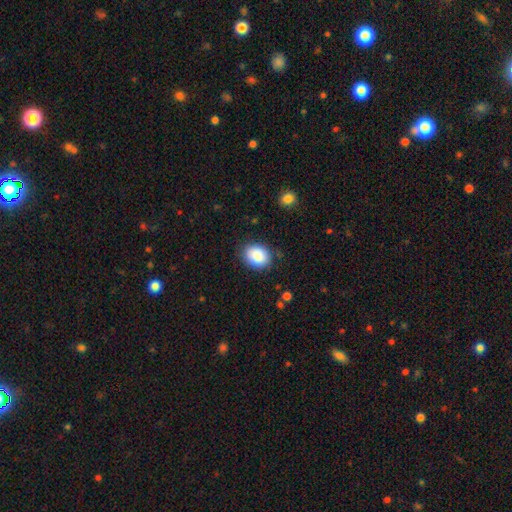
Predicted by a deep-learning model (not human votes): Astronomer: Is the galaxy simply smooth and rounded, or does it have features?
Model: smooth — 87%.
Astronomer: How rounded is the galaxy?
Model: in between — 57% (runner-up: round, 42%).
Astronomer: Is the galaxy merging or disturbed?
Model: none — 84%.